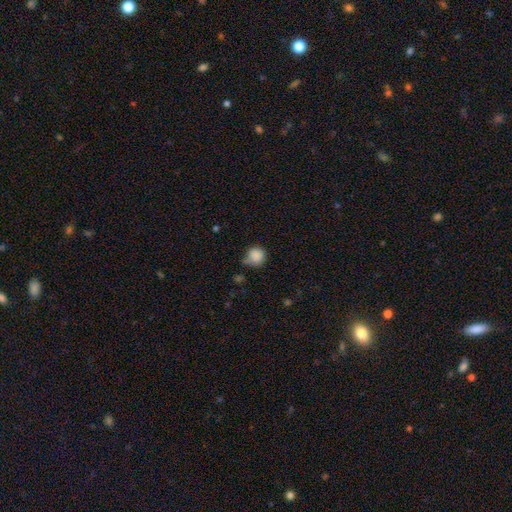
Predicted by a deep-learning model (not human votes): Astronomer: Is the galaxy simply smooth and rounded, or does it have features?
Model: smooth — 87%.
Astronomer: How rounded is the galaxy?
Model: round — 90%.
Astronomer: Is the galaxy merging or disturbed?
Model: none — 59%.